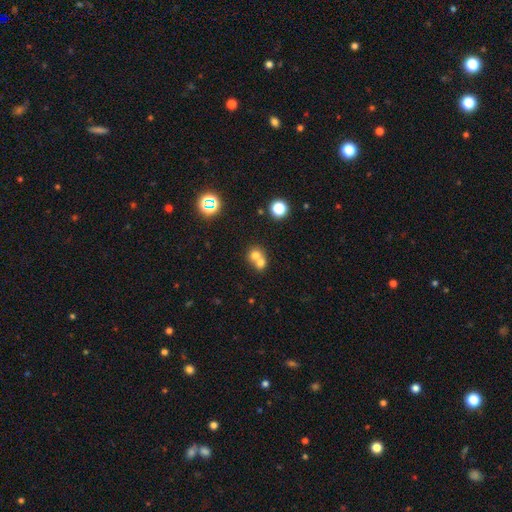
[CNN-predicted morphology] Smooth or featured? smooth (69%)
How rounded? round (76%)
Merging? merger (65%)